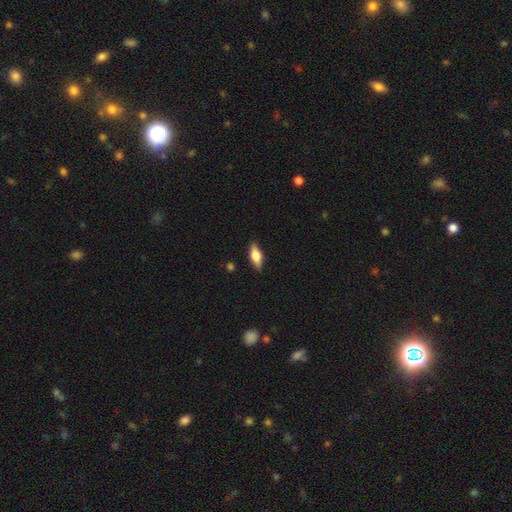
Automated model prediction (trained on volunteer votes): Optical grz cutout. It shows a smooth galaxy with no disk features (51%) that is in between round and cigar-shaped (68%). Merging: none (87%).